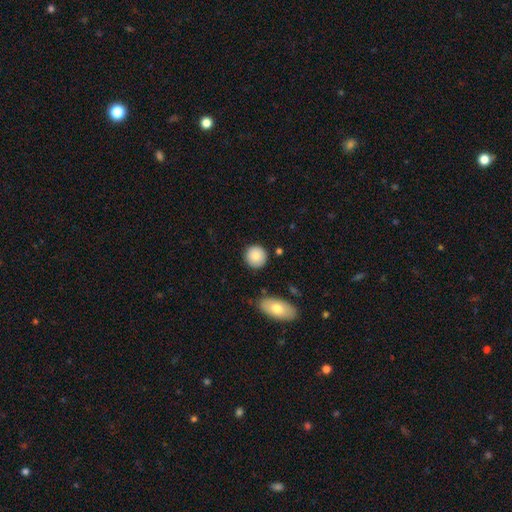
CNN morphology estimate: This appears to be a smooth galaxy with no disk features (83%) that is round (90%). Merging: none (86%).